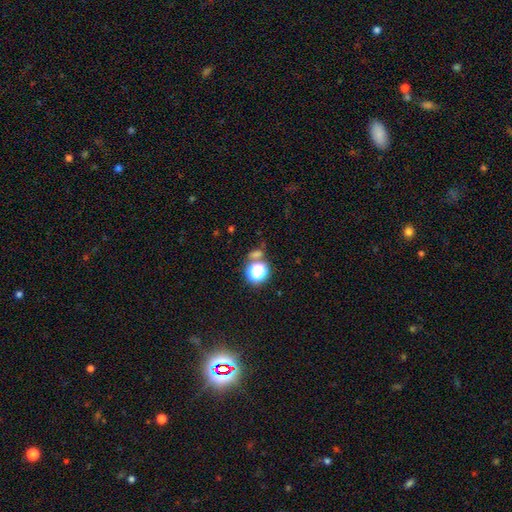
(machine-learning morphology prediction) This is possibly a star or artifact rather than a galaxy (59%).